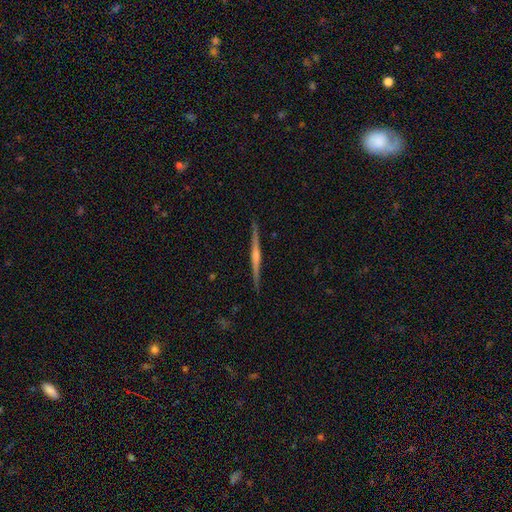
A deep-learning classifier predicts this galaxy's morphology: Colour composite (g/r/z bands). It shows a featured or disk galaxy (78%) viewed edge-on (98%) with a rounded central bulge (63%). Merging: none (91%).